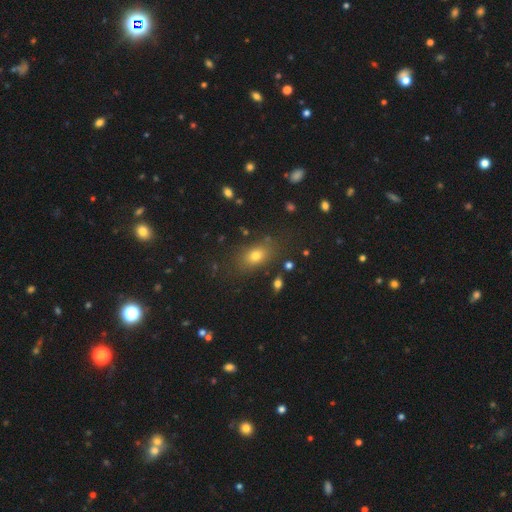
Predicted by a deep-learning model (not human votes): The model was most divided on "how rounded": in between: 75%, round: 21%, cigar-shaped: 5%. More confident: merging — none (81%); smooth or featured — smooth (72%).